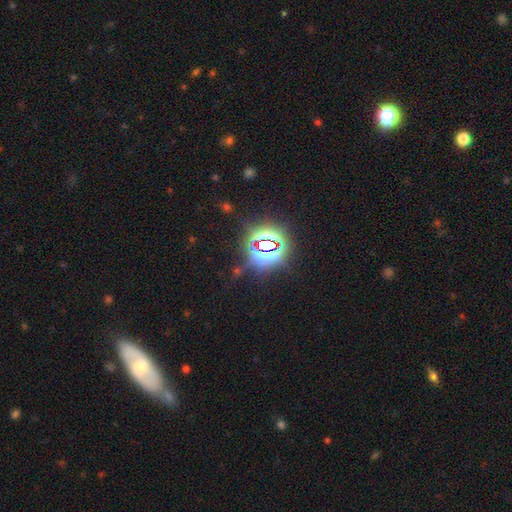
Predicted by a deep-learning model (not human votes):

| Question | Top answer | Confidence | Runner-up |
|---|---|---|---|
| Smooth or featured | star or artifact | 72% | smooth (17%) |